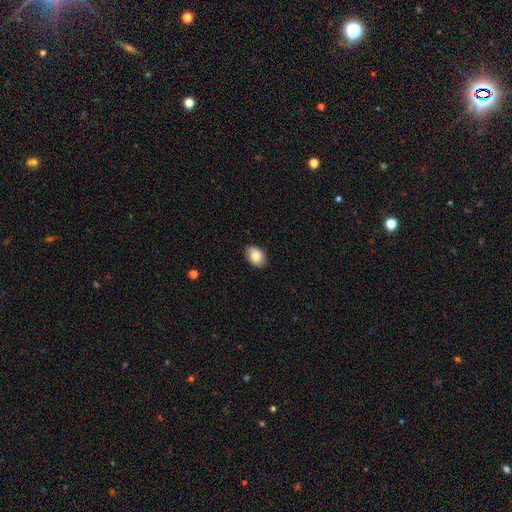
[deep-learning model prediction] Smooth or featured: smooth — 83% (featured or disk — 10%)
How rounded: in between — 82% (round — 17%)
Merging: none — 88% (minor disturbance — 9%)